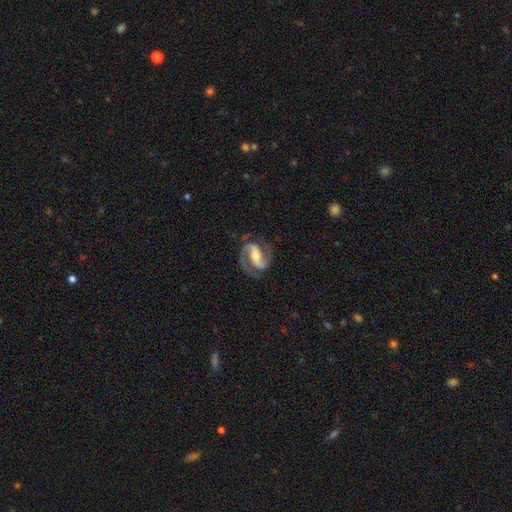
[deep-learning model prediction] Smooth or featured? featured or disk (91%)
Edge-on disk? no (97%)
Bar? strong (51%)
Spiral arms? yes (98%)
Spiral winding? medium (57%)
Spiral arm count? 2 (92%)
Bulge size? moderate (60%)
Merging? none (77%)